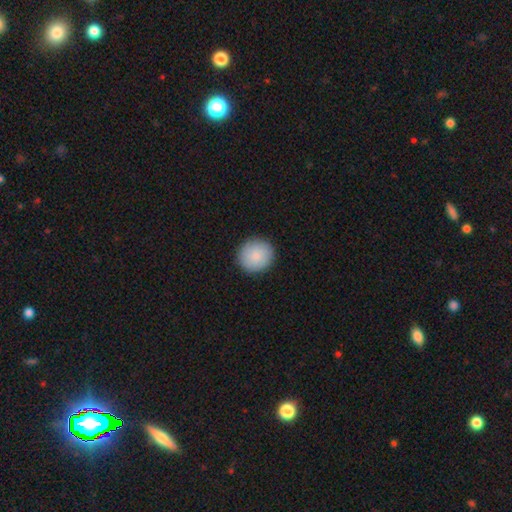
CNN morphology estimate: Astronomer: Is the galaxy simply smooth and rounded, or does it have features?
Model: smooth — 87%.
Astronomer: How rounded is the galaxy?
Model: round — 91%.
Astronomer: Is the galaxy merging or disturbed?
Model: none — 91%.